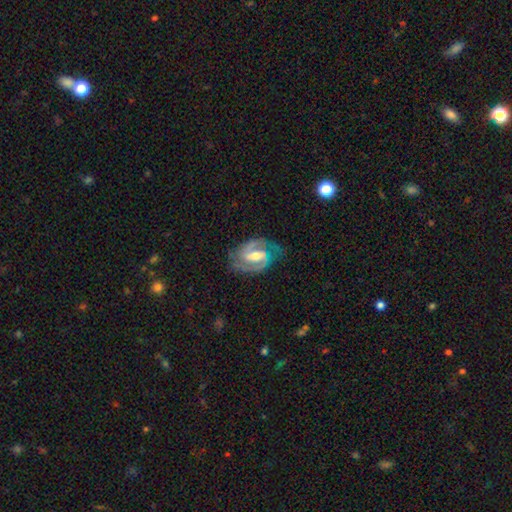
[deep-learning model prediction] A featured or disk galaxy (90%) with a weak bar (46%), 2 (92%) medium (55%) spiral arms (97%) and a moderate central bulge (67%).

Vote fractions:
- Smooth or featured? featured or disk: 90% / smooth: 6% / star or artifact: 4%
- Edge-on disk? no: 97% / yes: 3%
- Bar? weak: 46% / strong: 40% / no: 15%
- Spiral arms? yes: 97% / no: 3%
- Spiral winding? medium: 55% / tight: 34% / loose: 11%
- Spiral arm count? 2: 92% / can't tell: 3% / 3: 2% / 1: 2% / 4: 1% / more than 4: 1%
- Bulge size? moderate: 67% / small: 23% / large: 7% / none: 2% / dominant: 1%
- Merging? none: 77% / minor disturbance: 16% / major disturbance: 6% / merger: 1%